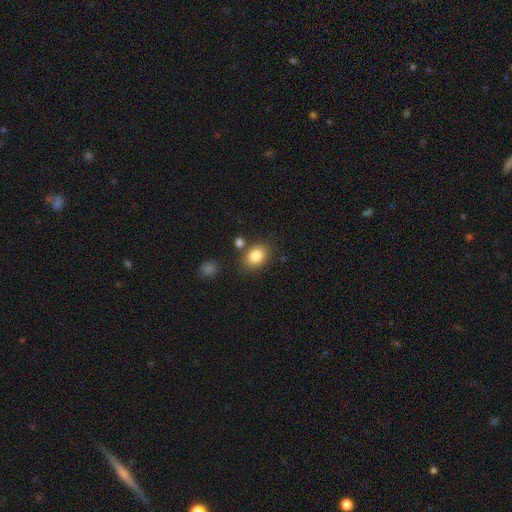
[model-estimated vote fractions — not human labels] smooth_or_featured: smooth (p=0.84) [alt: star or artifact p=0.09]
how_rounded: in between (p=0.64) [alt: round p=0.35]
merging: none (p=0.75) [alt: minor disturbance p=0.13]